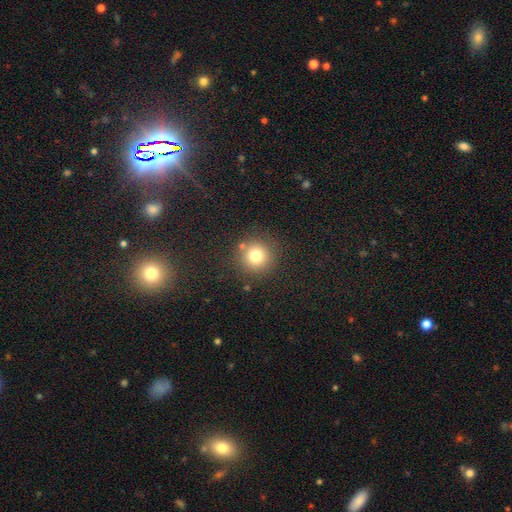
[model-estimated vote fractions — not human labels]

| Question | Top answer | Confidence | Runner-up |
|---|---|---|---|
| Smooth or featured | smooth | 76% | star or artifact (15%) |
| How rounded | round | 94% | in between (5%) |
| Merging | none | 85% | minor disturbance (8%) |